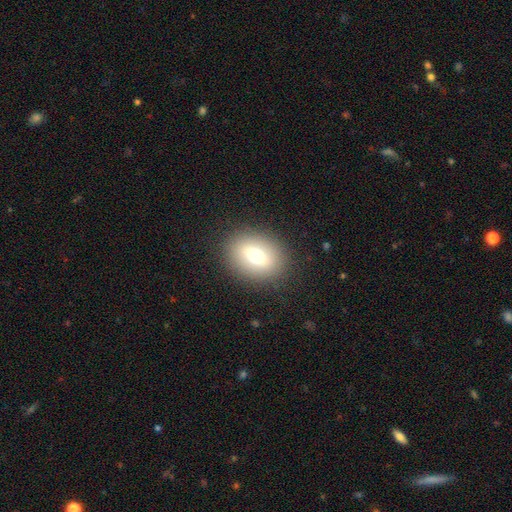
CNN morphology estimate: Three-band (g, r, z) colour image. It shows a smooth galaxy with no disk features (66%) that is in between round and cigar-shaped (65%). Merging: none (87%).